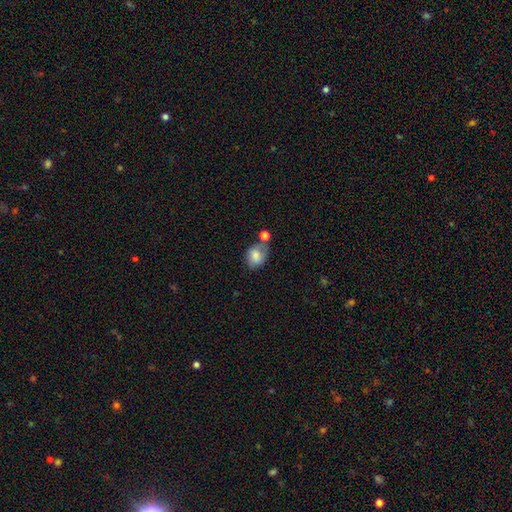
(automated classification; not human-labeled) Overall: smooth (81%). How rounded: in between (60%; round 39%). Merging: none (47%; merger 25%).